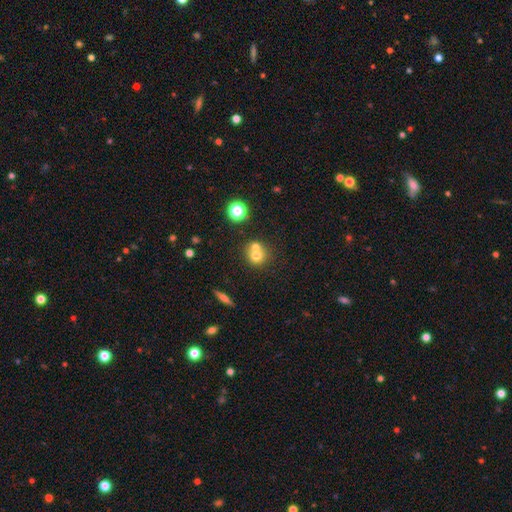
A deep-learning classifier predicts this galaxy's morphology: Smooth or featured: smooth — 68% (featured or disk — 18%)
How rounded: round — 85% (in between — 14%)
Merging: merger — 53% (none — 39%)